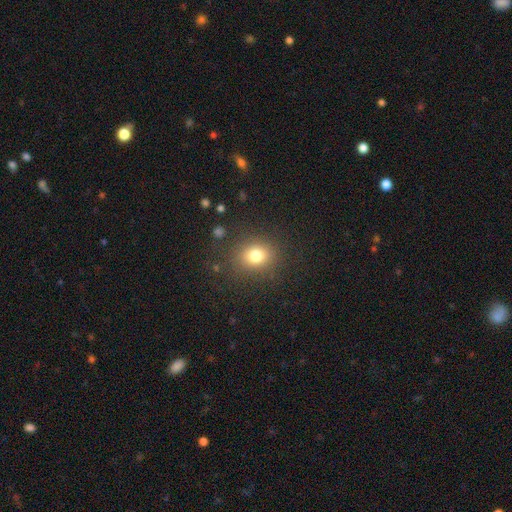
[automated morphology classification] smooth_or_featured: smooth (p=0.78) [alt: star or artifact p=0.14]
how_rounded: round (p=0.66) [alt: in between p=0.33]
merging: none (p=0.84) [alt: minor disturbance p=0.09]